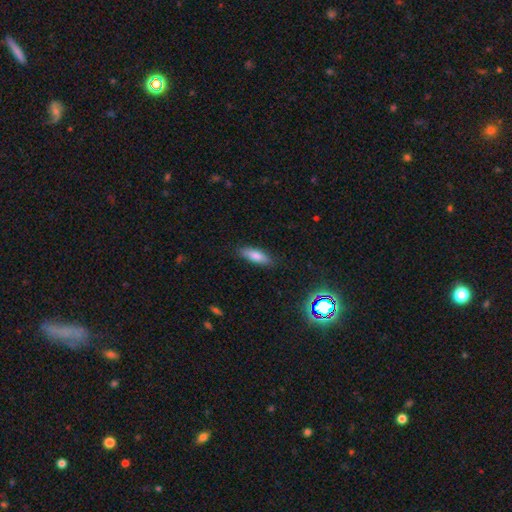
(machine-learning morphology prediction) Smooth or featured? smooth (76%)
How rounded? in between (51%)
Merging? none (85%)